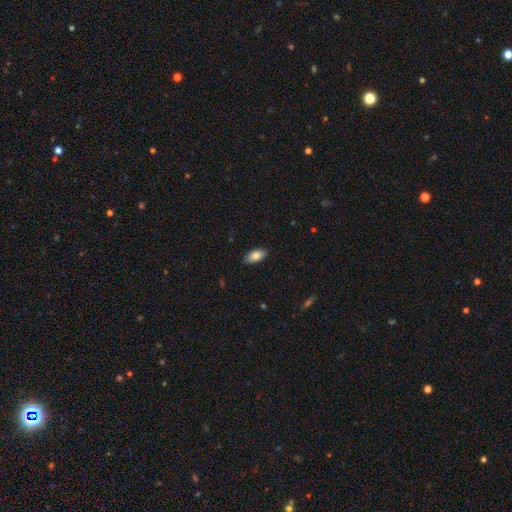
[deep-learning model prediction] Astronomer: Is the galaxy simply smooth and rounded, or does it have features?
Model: smooth — 81%.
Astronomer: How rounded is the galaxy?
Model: in between — 92%.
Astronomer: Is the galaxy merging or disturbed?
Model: none — 87%.